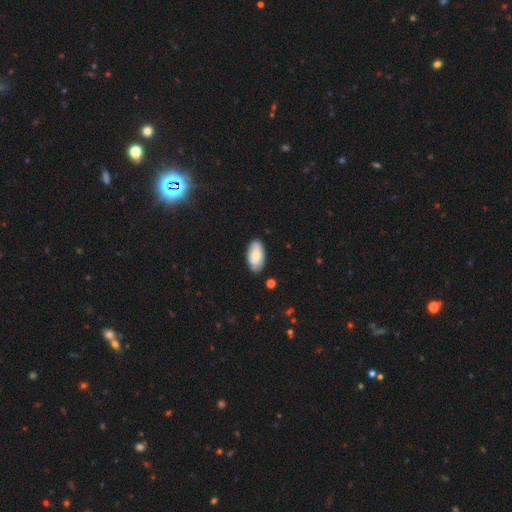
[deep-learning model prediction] Smooth or featured? Predicted: smooth (p=0.71). How rounded? Predicted: in between (p=0.94). Merging? Predicted: none (p=0.77).